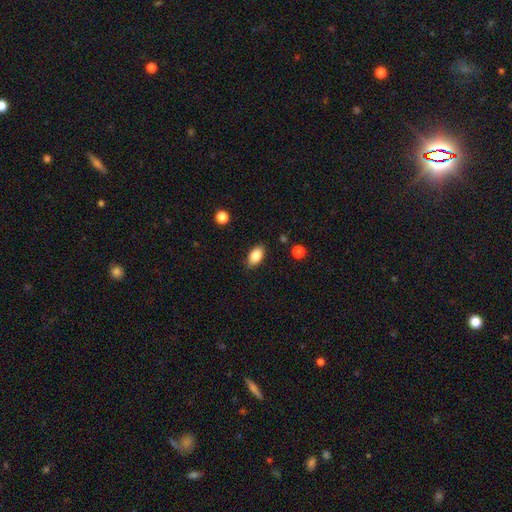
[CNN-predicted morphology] Smooth or featured? smooth (84%)
How rounded? in between (91%)
Merging? none (86%)